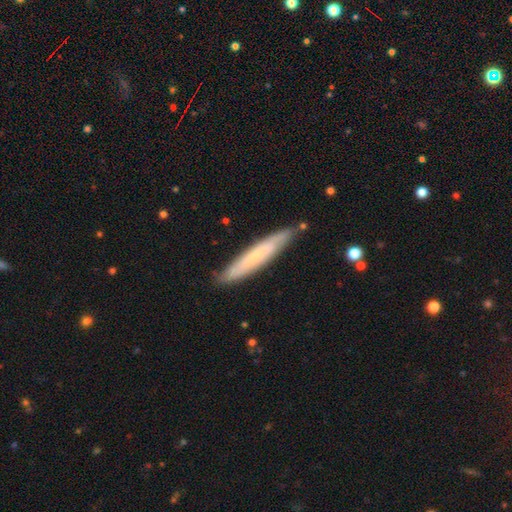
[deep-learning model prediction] smooth 55%, featured or disk 39%, star or artifact 6%. Down the decision tree: how rounded — cigar-shaped (93%); merging — none (83%).